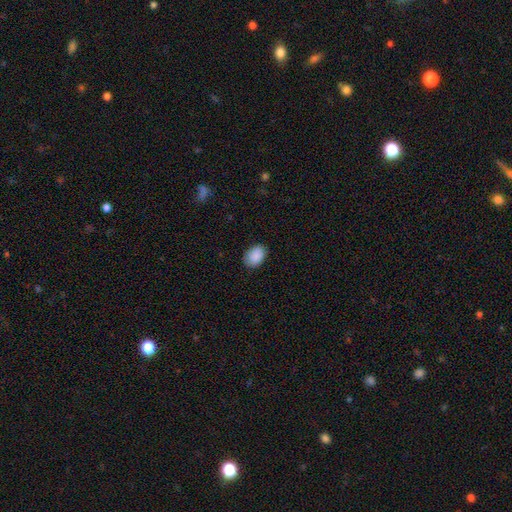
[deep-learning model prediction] A smooth galaxy with no disk features (89%) that is in between round and cigar-shaped (80%). Merging: none (83%).